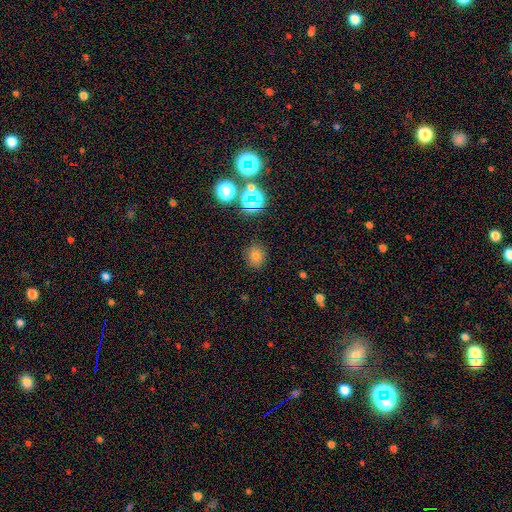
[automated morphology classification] This is likely a smooth galaxy (69%). How rounded: likely round (73%). Merging: clearly none (85%).